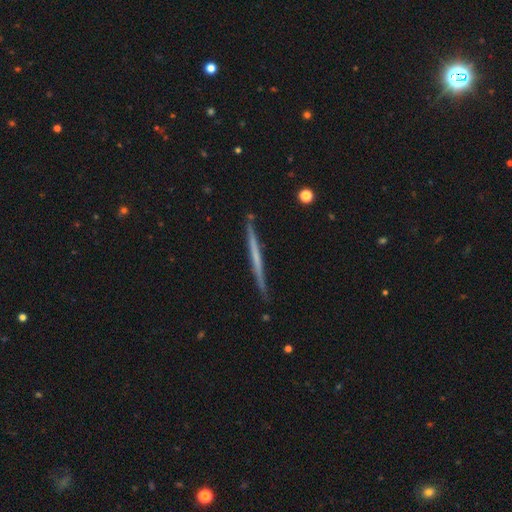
A featured or disk galaxy (65%) viewed edge-on (100%) with no central bulge (88%). Merging: none (89%).